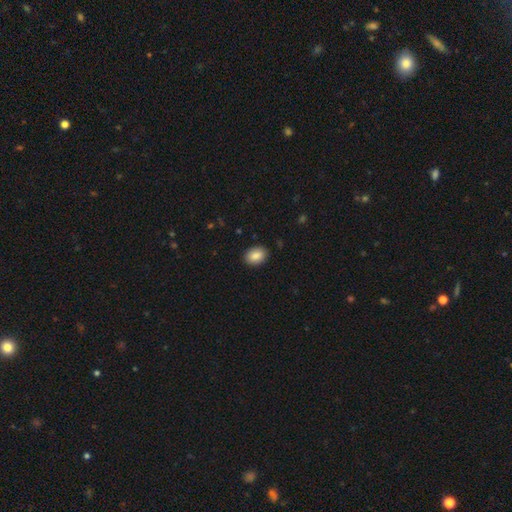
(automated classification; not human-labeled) Overall: smooth (87%). How rounded: in between (79%). Merging: none (89%).